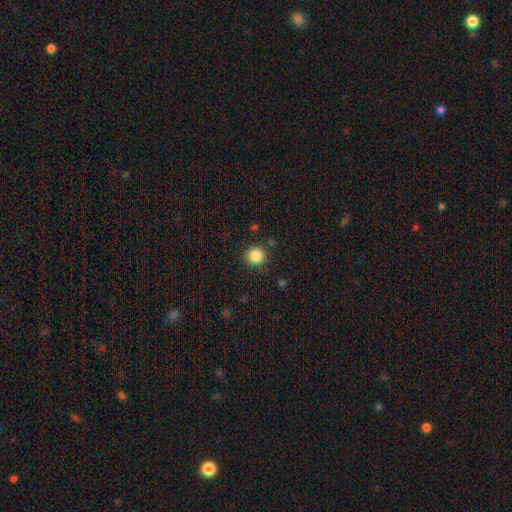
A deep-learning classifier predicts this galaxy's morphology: Smooth or featured: smooth — 86% (star or artifact — 10%)
How rounded: round — 87% (in between — 12%)
Merging: none — 87% (minor disturbance — 8%)